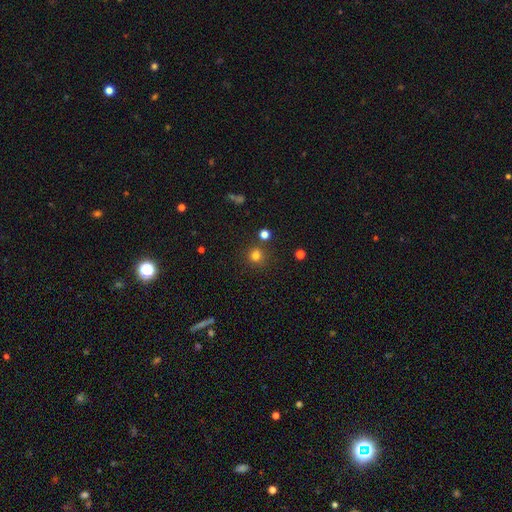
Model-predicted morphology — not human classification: smooth-or-featured: smooth: 77% | star or artifact: 17% | featured or disk: 6%
  how-rounded: round: 92% | in between: 7% | cigar-shaped: 1%
  merging: none: 82% | minor disturbance: 8% | merger: 7% | major disturbance: 3%